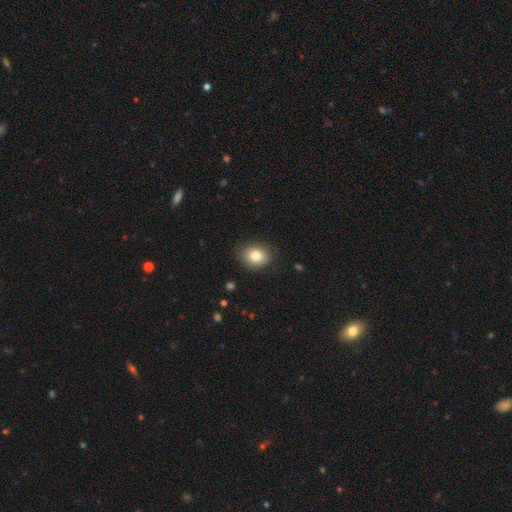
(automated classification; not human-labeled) smooth-or-featured: smooth: 81% | featured or disk: 10% | star or artifact: 9%
  how-rounded: round: 54% | in between: 45% | cigar-shaped: 1%
  merging: none: 85% | minor disturbance: 11% | major disturbance: 3% | merger: 1%